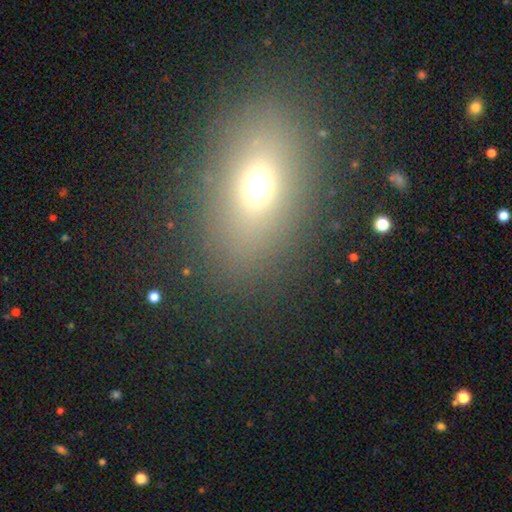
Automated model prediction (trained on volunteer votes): smooth_or_featured: smooth (p=0.64) [alt: star or artifact p=0.21]
how_rounded: in between (p=0.70) [alt: round p=0.26]
merging: none (p=0.85) [alt: minor disturbance p=0.08]